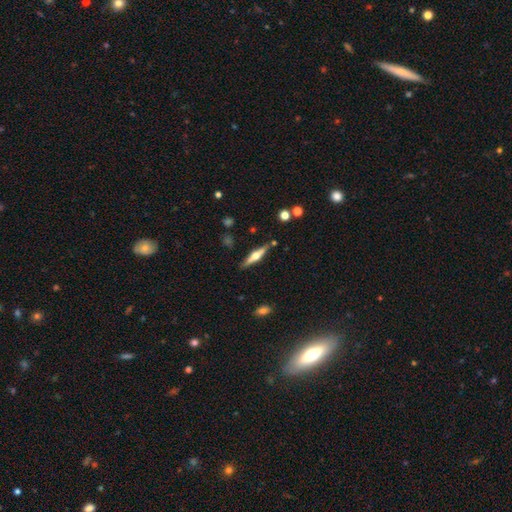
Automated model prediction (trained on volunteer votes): Smooth or featured: featured or disk — 68% (smooth — 26%)
Edge-on disk: yes — 97% (no — 3%)
Edge-on bulge: rounded — 92% (boxy — 5%)
Merging: none — 85% (minor disturbance — 10%)